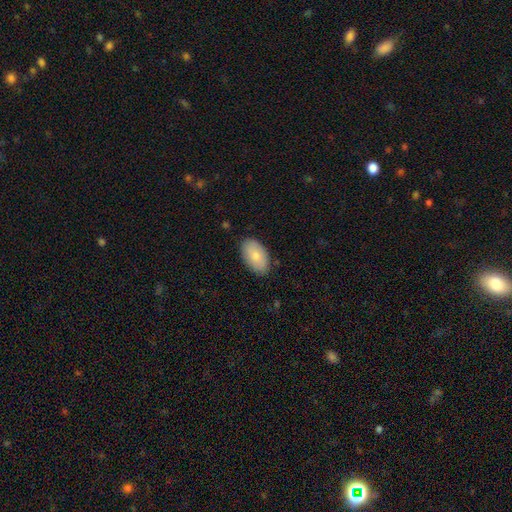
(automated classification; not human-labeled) smooth-or-featured: smooth: 79% | featured or disk: 15% | star or artifact: 6%
  how-rounded: in between: 94% | round: 4% | cigar-shaped: 1%
  merging: none: 84% | minor disturbance: 12% | major disturbance: 2% | merger: 1%